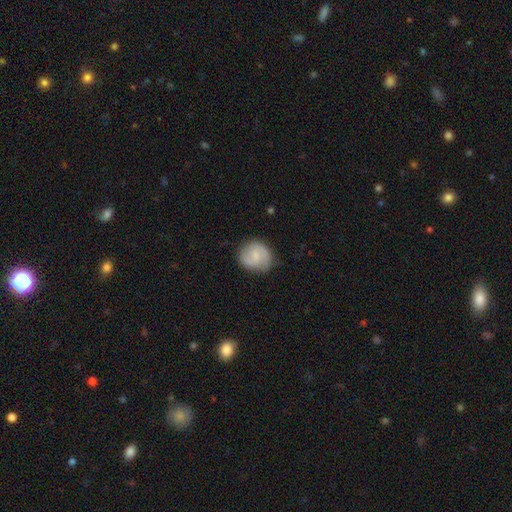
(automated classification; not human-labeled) Smooth or featured?
  - smooth: 54% *
  - featured or disk: 39%
  - star or artifact: 7%
How rounded?
  - round: 82% *
  - in between: 17%
  - cigar-shaped: 1%
Merging?
  - none: 74% *
  - minor disturbance: 20%
  - major disturbance: 5%
  - merger: 1%